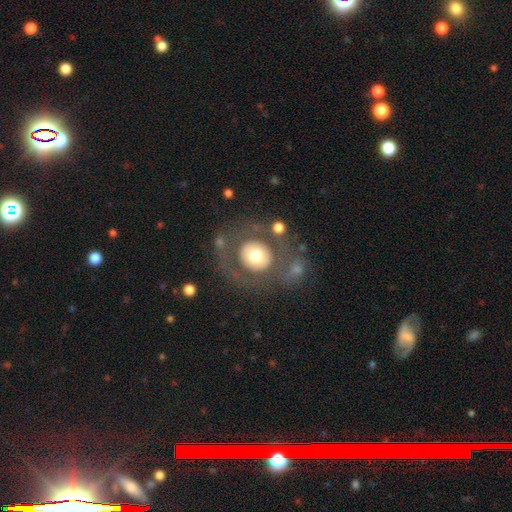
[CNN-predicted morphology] smooth-or-featured: smooth: 55% | featured or disk: 37% | star or artifact: 8%
  how-rounded: round: 86% | in between: 13% | cigar-shaped: 1%
  merging: none: 68% | major disturbance: 14% | minor disturbance: 12% | merger: 5%